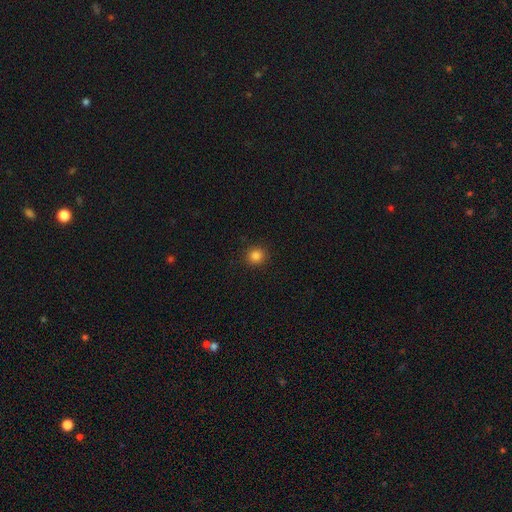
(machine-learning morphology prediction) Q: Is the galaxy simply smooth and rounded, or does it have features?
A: smooth — 84%.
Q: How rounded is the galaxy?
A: round — 91%.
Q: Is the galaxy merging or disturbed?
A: none — 91%.